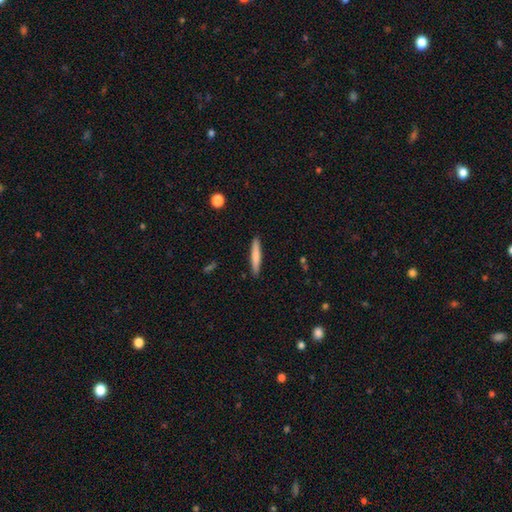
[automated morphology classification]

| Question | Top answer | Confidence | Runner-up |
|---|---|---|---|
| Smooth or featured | smooth | 77% | featured or disk (18%) |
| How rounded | cigar-shaped | 93% | in between (5%) |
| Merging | none | 90% | minor disturbance (7%) |